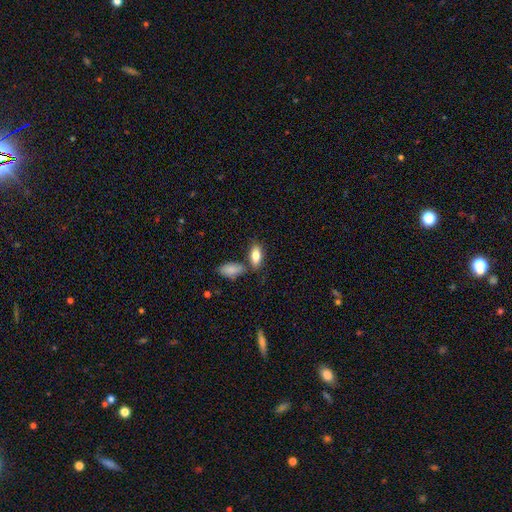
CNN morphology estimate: The model was most divided on "merging": none: 64%, merger: 18%, minor disturbance: 14%, major disturbance: 4%. More confident: how rounded — in between (86%); smooth or featured — smooth (81%).